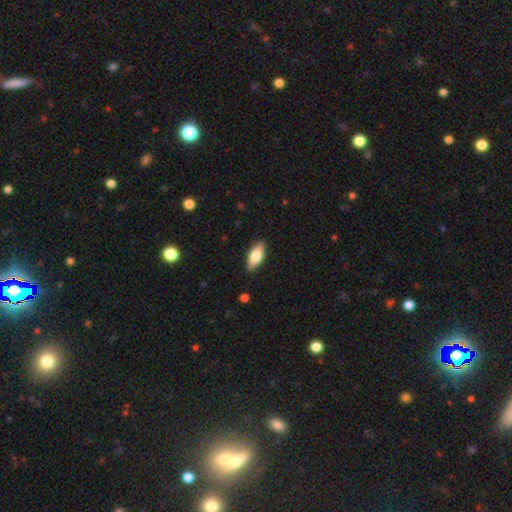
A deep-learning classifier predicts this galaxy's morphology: Q: Smooth or featured?
A: smooth (68%); runner-up: featured or disk (26%)
Q: How rounded?
A: in between (79%); runner-up: cigar-shaped (18%)
Q: Merging?
A: none (87%); runner-up: minor disturbance (10%)